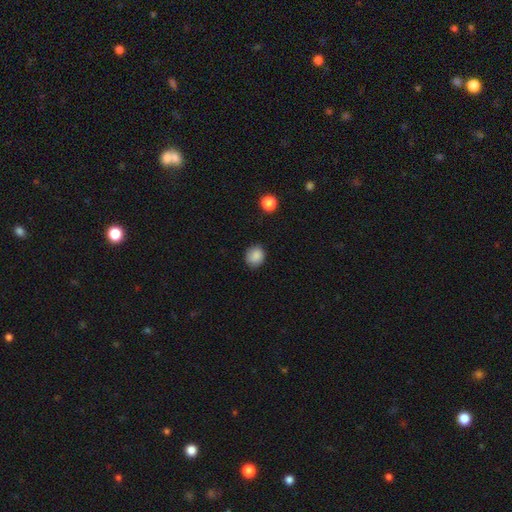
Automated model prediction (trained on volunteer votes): Overall: smooth (87%). How rounded: round (72%). Merging: none (84%).